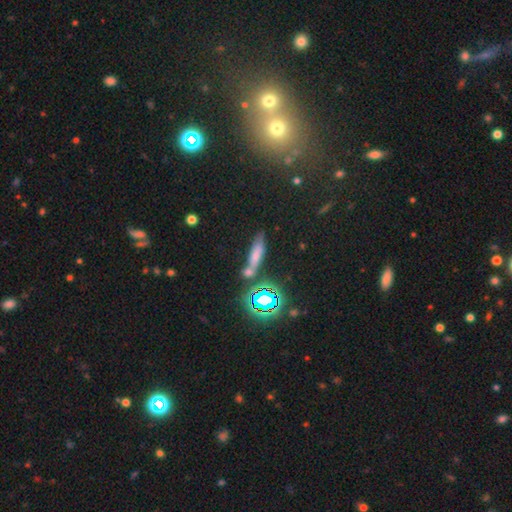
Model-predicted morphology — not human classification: type=smooth (54%); roundness=cigar-shaped (61%); merging=none (61%).